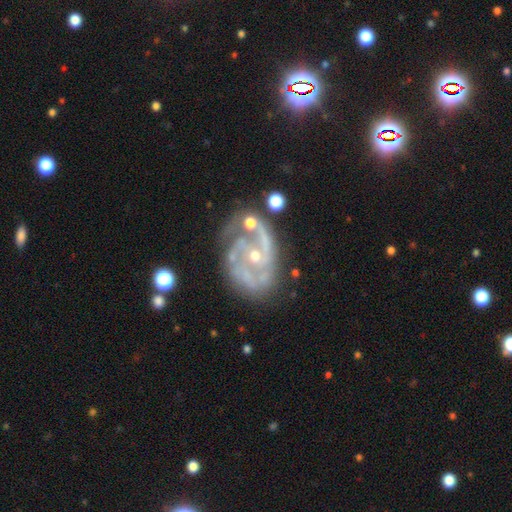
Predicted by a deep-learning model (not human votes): Smooth or featured?
  - featured or disk: 86% *
  - star or artifact: 8%
  - smooth: 6%
Edge-on disk?
  - no: 98% *
  - yes: 2%
Bar?
  - no: 59% *
  - weak: 31%
  - strong: 11%
Spiral arms?
  - yes: 92% *
  - no: 8%
Spiral winding?
  - medium: 46% *
  - tight: 39%
  - loose: 16%
Spiral arm count?
  - 2: 50% *
  - can't tell: 18%
  - 3: 17%
  - 1: 6%
  - 4: 4%
  - more than 4: 4%
Bulge size?
  - small: 61% *
  - moderate: 35%
  - none: 2%
  - large: 1%
  - dominant: 1%
Merging?
  - none: 51% *
  - minor disturbance: 23%
  - major disturbance: 18%
  - merger: 8%